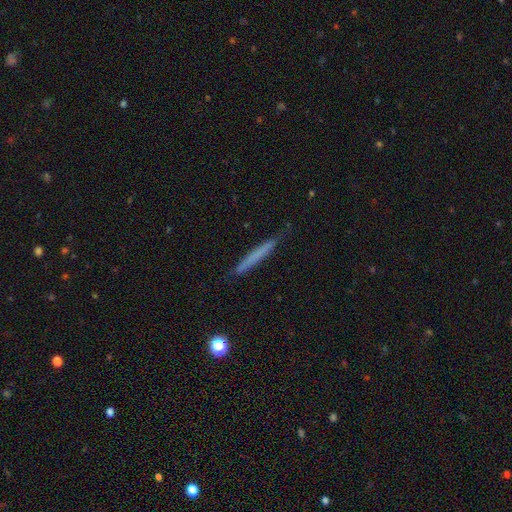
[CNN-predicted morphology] Q: Smooth or featured?
A: smooth (62%); runner-up: featured or disk (31%)
Q: How rounded?
A: cigar-shaped (96%); runner-up: in between (2%)
Q: Merging?
A: none (83%); runner-up: minor disturbance (13%)